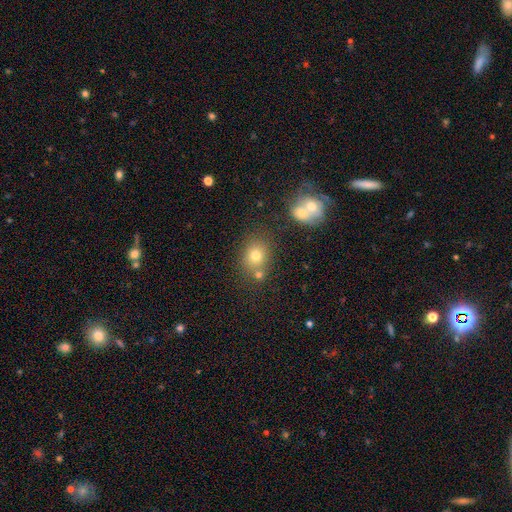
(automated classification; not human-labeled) Smooth or featured? Predicted: smooth (p=0.74). How rounded? Predicted: round (p=0.62). Merging? Predicted: none (p=0.63).